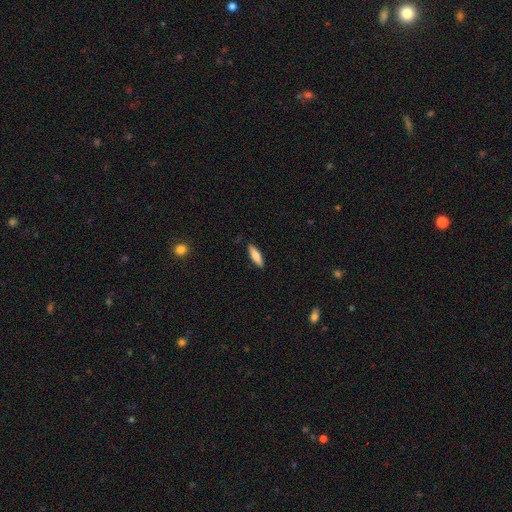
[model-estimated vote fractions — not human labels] A smooth galaxy with no disk features (77%) that is cigar-shaped (60%). Merging: none (88%).